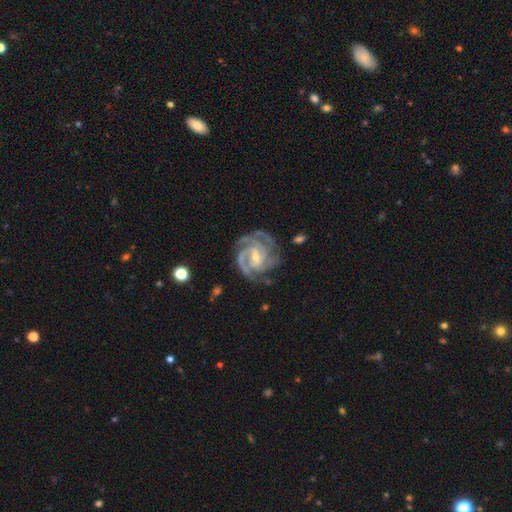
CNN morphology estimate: smooth_or_featured: featured or disk (p=0.92) [alt: star or artifact p=0.04]
disk_edge_on: no (p=0.98) [alt: yes p=0.02]
bar: weak (p=0.44) [alt: no p=0.37]
has_spiral_arms: yes (p=0.99) [alt: no p=0.01]
spiral_winding: tight (p=0.67) [alt: medium p=0.30]
spiral_arm_count: 3 (p=0.47) [alt: 4 p=0.17]
bulge_size: small (p=0.63) [alt: moderate p=0.32]
merging: none (p=0.75) [alt: minor disturbance p=0.17]